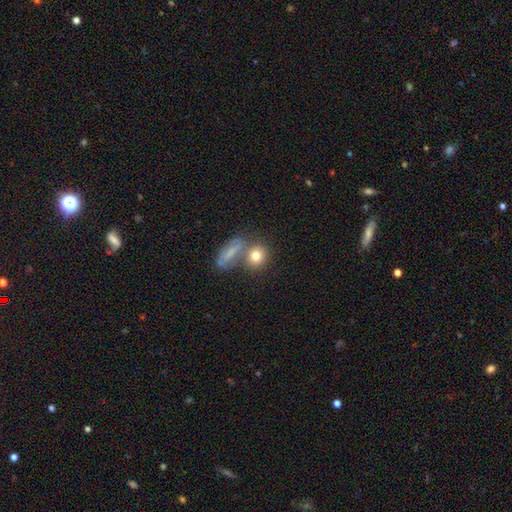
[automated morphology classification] smooth-or-featured: smooth: 78% | featured or disk: 12% | star or artifact: 10%
  how-rounded: round: 76% | in between: 21% | cigar-shaped: 3%
  merging: none: 56% | merger: 26% | minor disturbance: 12% | major disturbance: 6%